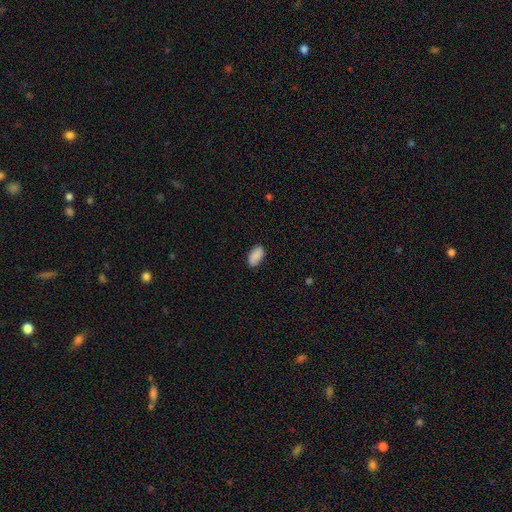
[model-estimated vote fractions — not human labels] Smooth or featured? smooth (90%)
How rounded? in between (94%)
Merging? none (86%)